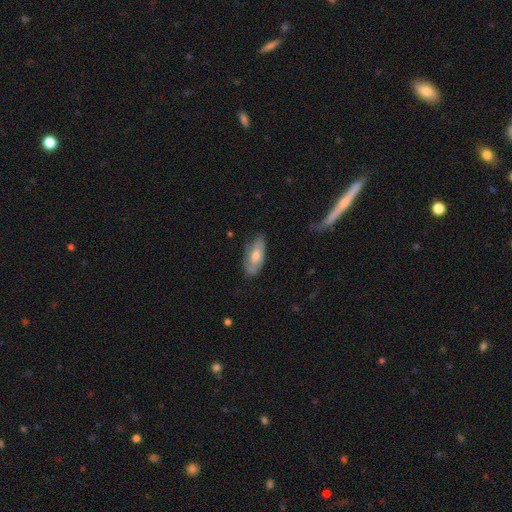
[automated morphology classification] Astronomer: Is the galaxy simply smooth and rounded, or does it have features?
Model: smooth — 56% (runner-up: featured or disk, 37%).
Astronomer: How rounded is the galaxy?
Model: in between — 81%.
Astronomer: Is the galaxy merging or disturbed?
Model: none — 63%.